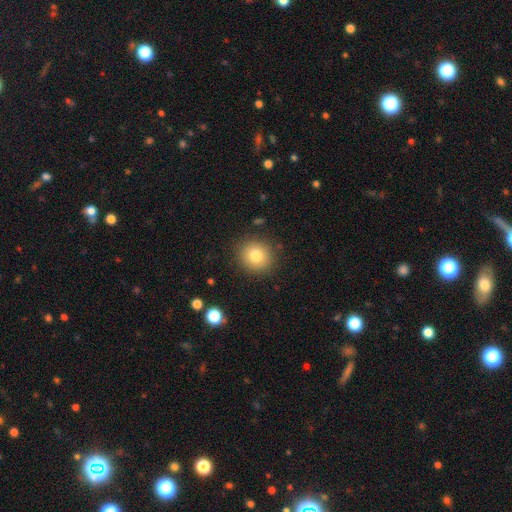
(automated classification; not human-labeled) This appears to be a smooth galaxy with no disk features (79%) that is round (88%). Merging: none (88%).